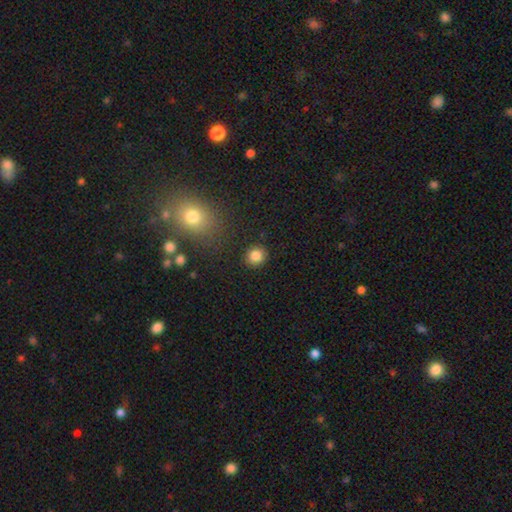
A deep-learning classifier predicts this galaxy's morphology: smooth 84%, star or artifact 11%, featured or disk 5%. Down the decision tree: how rounded — round (86%); merging — none (90%).